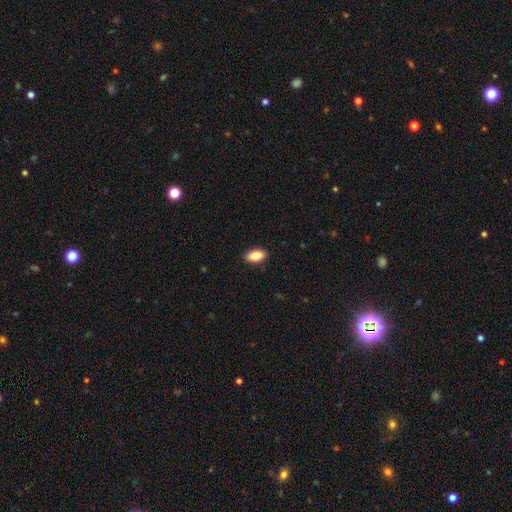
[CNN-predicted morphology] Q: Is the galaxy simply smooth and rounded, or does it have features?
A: smooth — 86%.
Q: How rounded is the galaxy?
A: in between — 92%.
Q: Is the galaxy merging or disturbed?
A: none — 90%.